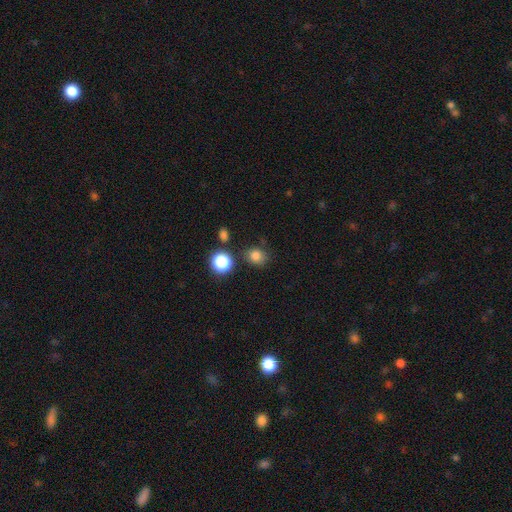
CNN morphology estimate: Overall: smooth (79%). How rounded: round (70%). Merging: none (77%).